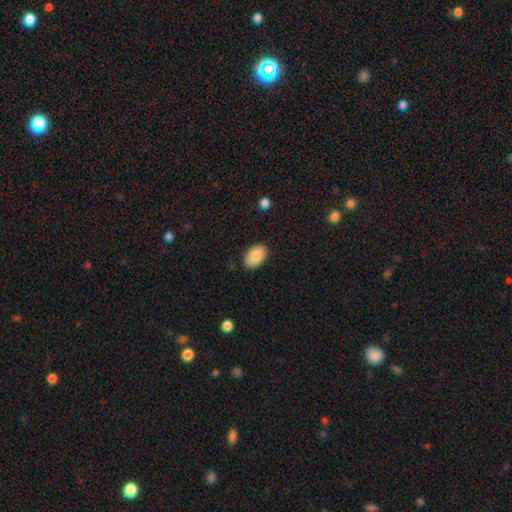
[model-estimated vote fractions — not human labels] smooth 87%, star or artifact 7%, featured or disk 6%. Down the decision tree: how rounded — in between (90%); merging — none (87%).